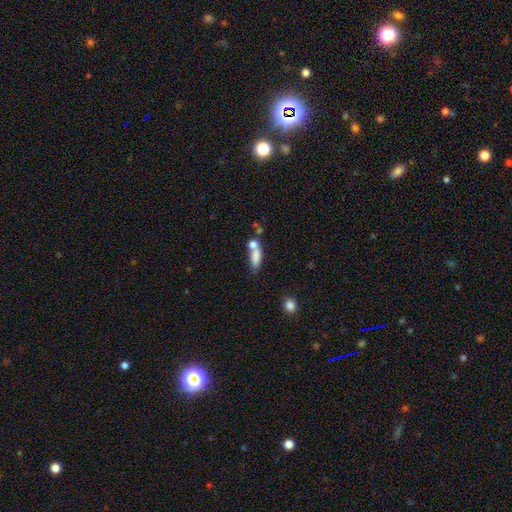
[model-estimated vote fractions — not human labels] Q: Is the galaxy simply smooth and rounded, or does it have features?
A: smooth — 76%.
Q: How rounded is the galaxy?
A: in between — 53%.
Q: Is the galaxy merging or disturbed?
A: none — 45%.